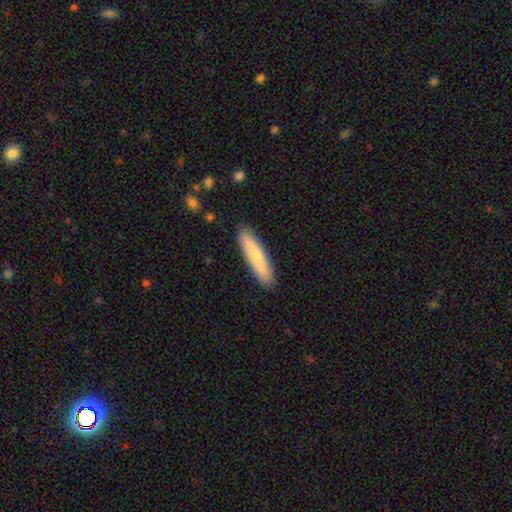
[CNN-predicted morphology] This appears to be a smooth galaxy with no disk features (77%) that is cigar-shaped (86%). Merging: none (89%).